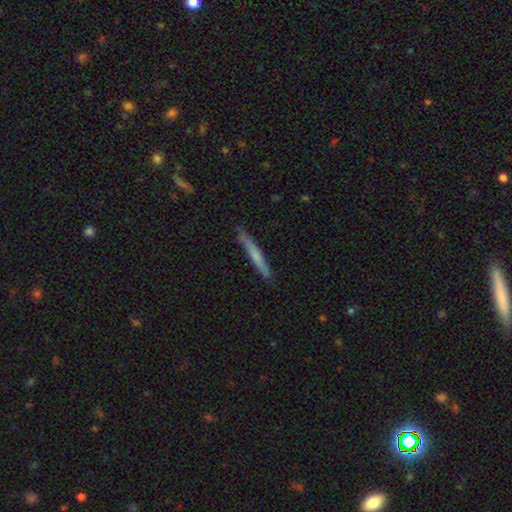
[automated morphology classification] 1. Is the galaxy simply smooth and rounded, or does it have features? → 57% smooth, 38% featured or disk, 6% star or artifact.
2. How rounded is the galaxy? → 96% cigar-shaped, 2% in between, 1% round.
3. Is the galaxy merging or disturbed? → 86% none, 10% minor disturbance, 2% major disturbance, 1% merger.